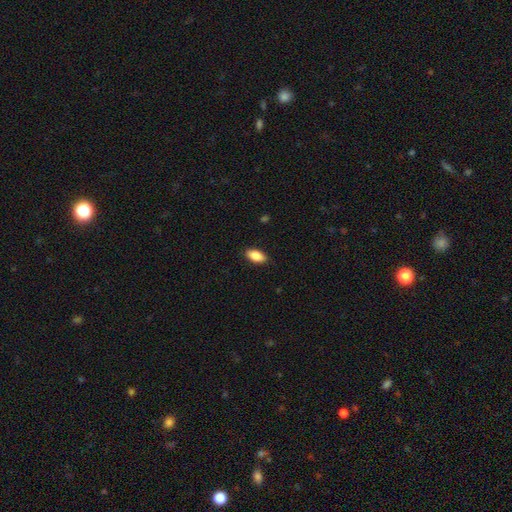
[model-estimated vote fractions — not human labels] The model was most divided on "merging": none: 88%, minor disturbance: 9%, major disturbance: 2%, merger: 1%. More confident: how rounded — in between (92%); smooth or featured — smooth (87%).